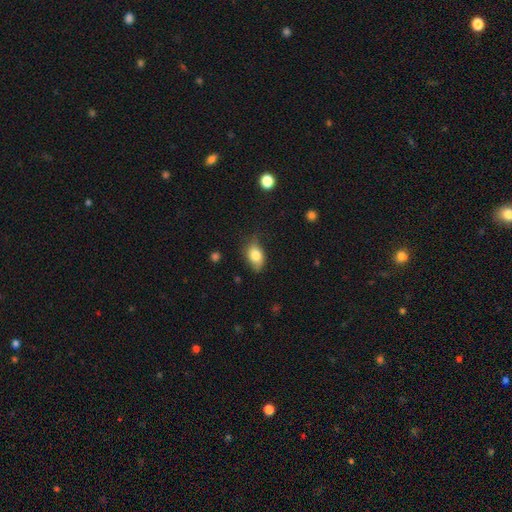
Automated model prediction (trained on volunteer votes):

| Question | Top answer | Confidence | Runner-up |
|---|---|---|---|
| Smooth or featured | smooth | 78% | featured or disk (14%) |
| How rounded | in between | 84% | round (14%) |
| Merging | none | 64% | minor disturbance (28%) |